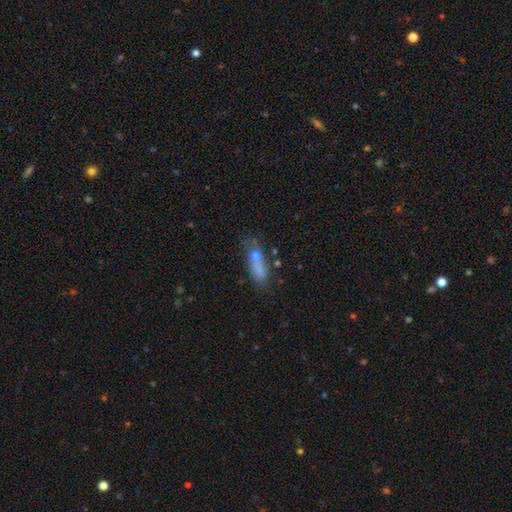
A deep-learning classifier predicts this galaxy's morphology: Smooth or featured?
  - smooth: 55% *
  - featured or disk: 24%
  - star or artifact: 21%
How rounded?
  - in between: 56% *
  - cigar-shaped: 36%
  - round: 8%
Merging?
  - none: 56% *
  - merger: 19%
  - minor disturbance: 16%
  - major disturbance: 9%